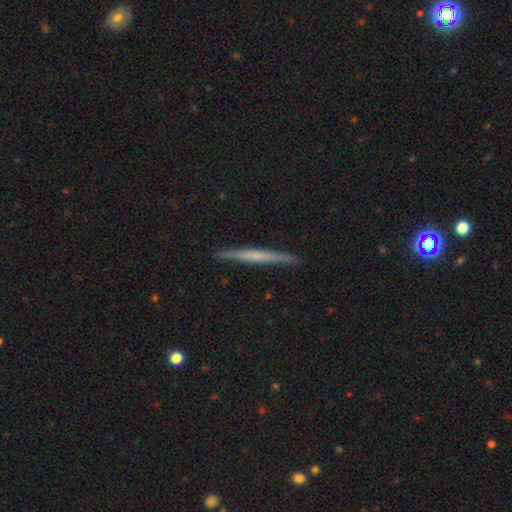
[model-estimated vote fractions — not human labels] Morphology: type=featured or disk (52%); edge-on=yes (97%); edge-on bulge=none (70%); merging=none (91%).